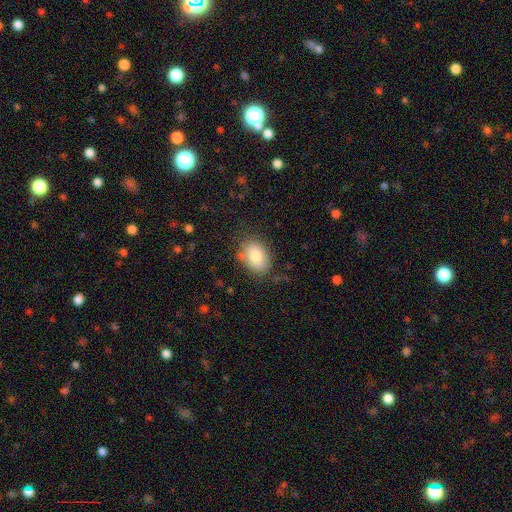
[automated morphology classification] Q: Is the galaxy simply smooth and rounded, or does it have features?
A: smooth — 82%.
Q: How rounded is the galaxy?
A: in between — 81%.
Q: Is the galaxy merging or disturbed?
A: none — 78%.